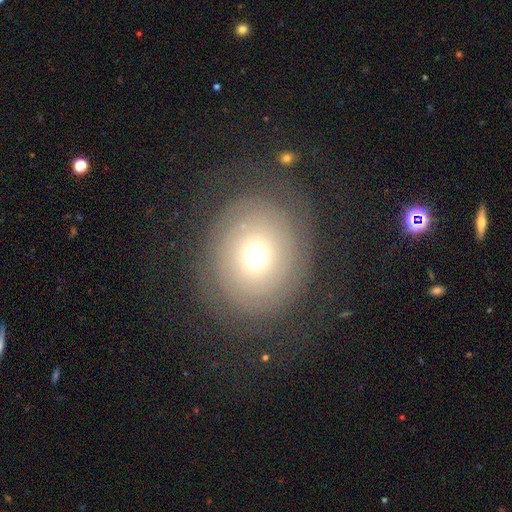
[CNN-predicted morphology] Q: Smooth or featured?
A: featured or disk (54%); runner-up: smooth (35%)
Q: Edge-on disk?
A: no (96%); runner-up: yes (4%)
Q: Bar?
A: no (87%); runner-up: weak (10%)
Q: Spiral arms?
A: yes (69%); runner-up: no (31%)
Q: Bulge size?
A: moderate (56%); runner-up: small (30%)
Q: Merging?
A: none (77%); runner-up: minor disturbance (12%)